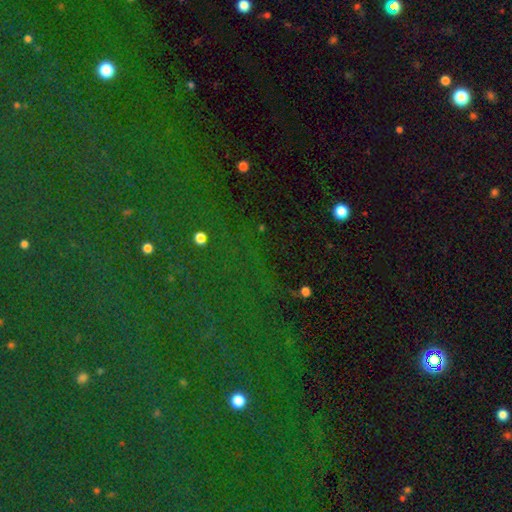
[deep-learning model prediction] smooth_or_featured: star or artifact (p=0.81) [alt: smooth p=0.11]